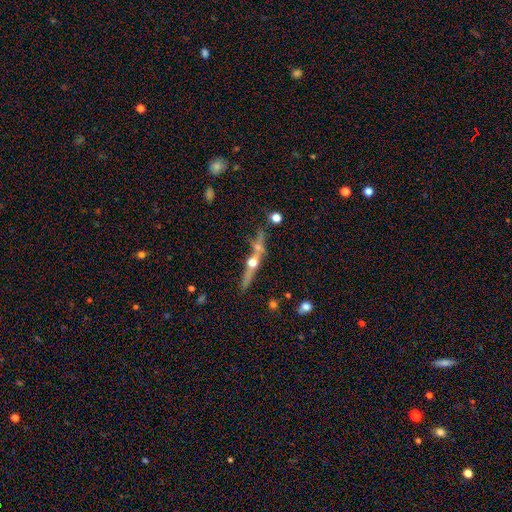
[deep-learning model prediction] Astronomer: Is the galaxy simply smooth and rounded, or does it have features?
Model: featured or disk — 67%.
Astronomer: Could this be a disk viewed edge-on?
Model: yes — 89%.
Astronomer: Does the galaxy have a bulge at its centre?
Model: rounded — 90%.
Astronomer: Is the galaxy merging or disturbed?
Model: none — 66%.